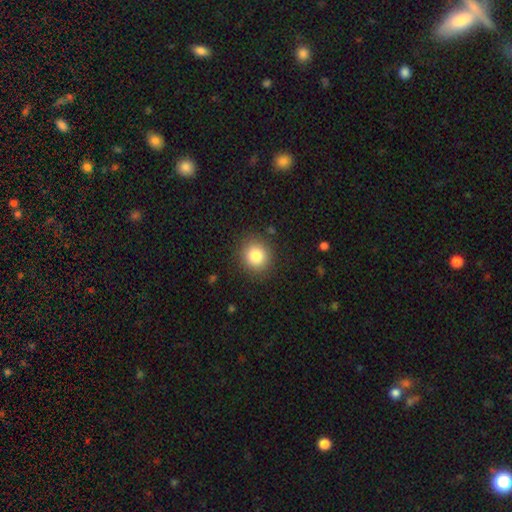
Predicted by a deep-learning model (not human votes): A smooth galaxy with no disk features (83%) that is round (88%).

Vote fractions:
- Smooth or featured? smooth: 83% / star or artifact: 10% / featured or disk: 7%
- How rounded? round: 88% / in between: 11% / cigar-shaped: 1%
- Merging? none: 89% / minor disturbance: 8% / major disturbance: 3% / merger: 1%